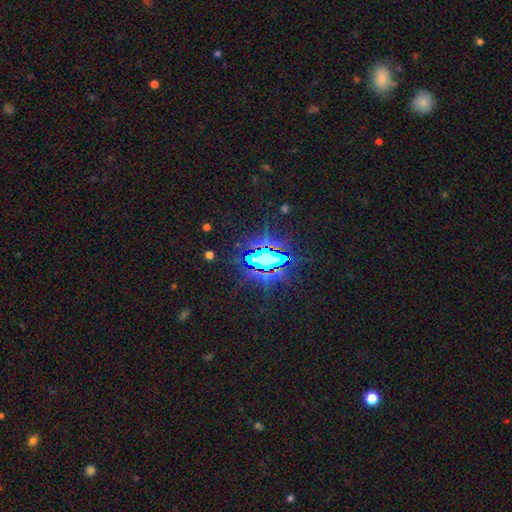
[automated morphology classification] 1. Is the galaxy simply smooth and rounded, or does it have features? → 84% star or artifact, 10% smooth, 7% featured or disk.